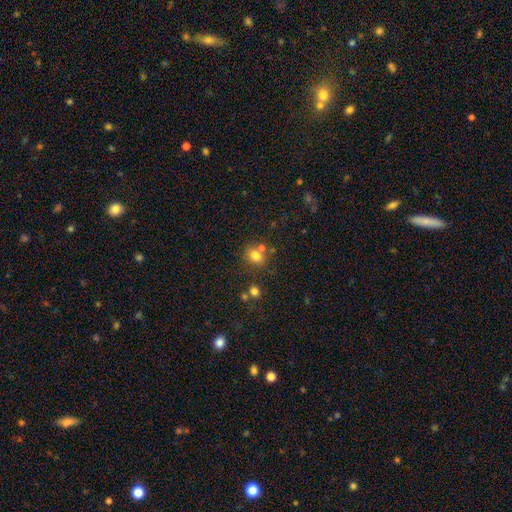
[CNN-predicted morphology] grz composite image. It shows a smooth galaxy with no disk features (76%) that is round (61%). Merging: none (58%).